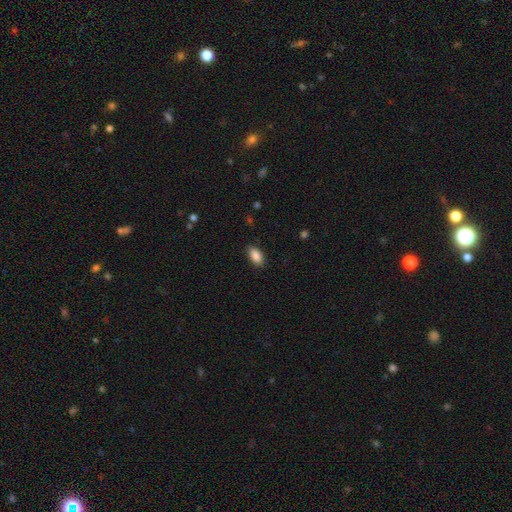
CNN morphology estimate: A smooth galaxy with no disk features (88%) that is in between round and cigar-shaped (92%).

Vote fractions:
- Smooth or featured? smooth: 88% / star or artifact: 7% / featured or disk: 5%
- How rounded? in between: 92% / cigar-shaped: 4% / round: 4%
- Merging? none: 87% / minor disturbance: 10% / major disturbance: 2% / merger: 1%